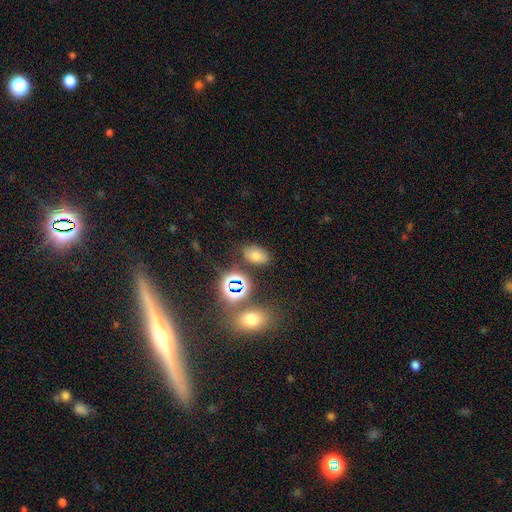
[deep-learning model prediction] Smooth or featured: smooth — 60% (star or artifact — 28%)
How rounded: in between — 85% (round — 14%)
Merging: none — 79% (minor disturbance — 12%)